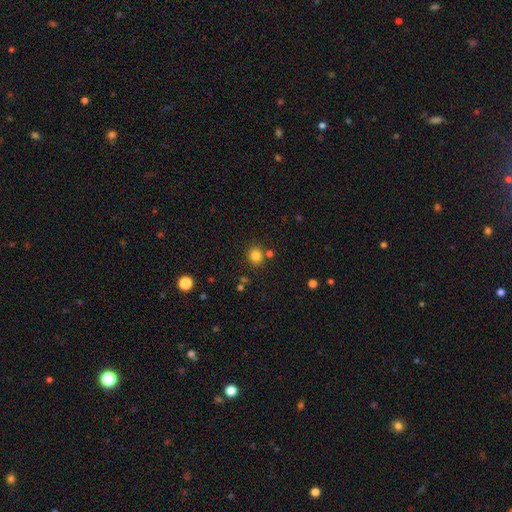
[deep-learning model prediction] Overall: smooth (82%). How rounded: round (80%). Merging: none (79%).